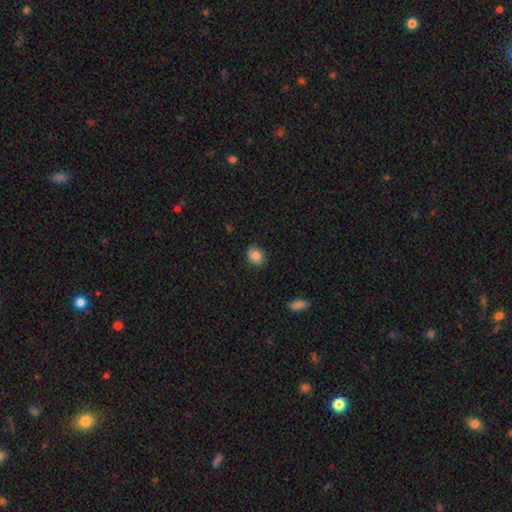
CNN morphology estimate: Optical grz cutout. It shows a smooth galaxy with no disk features (83%) that is round (56%). Merging: none (85%).